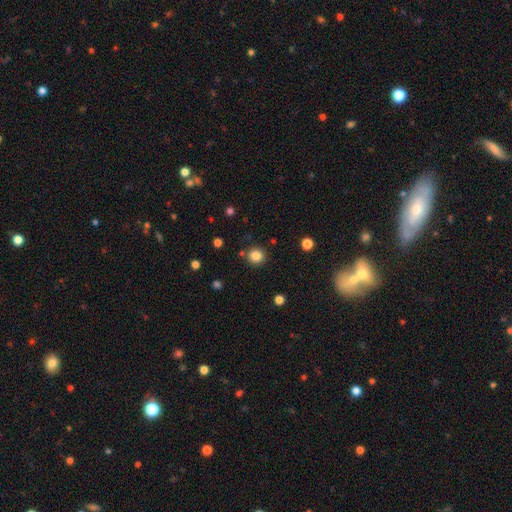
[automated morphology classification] Smooth or featured: smooth — 84% (star or artifact — 12%)
How rounded: round — 92% (in between — 7%)
Merging: none — 87% (minor disturbance — 7%)